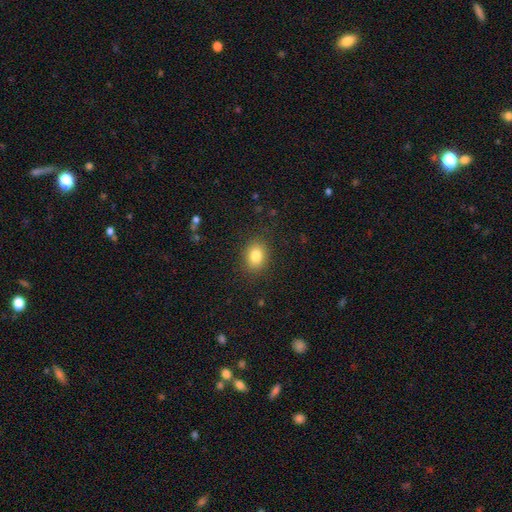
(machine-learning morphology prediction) Smooth or featured?
  - smooth: 83% *
  - star or artifact: 10%
  - featured or disk: 7%
How rounded?
  - in between: 60% *
  - round: 38%
  - cigar-shaped: 1%
Merging?
  - none: 86% *
  - minor disturbance: 10%
  - major disturbance: 3%
  - merger: 1%